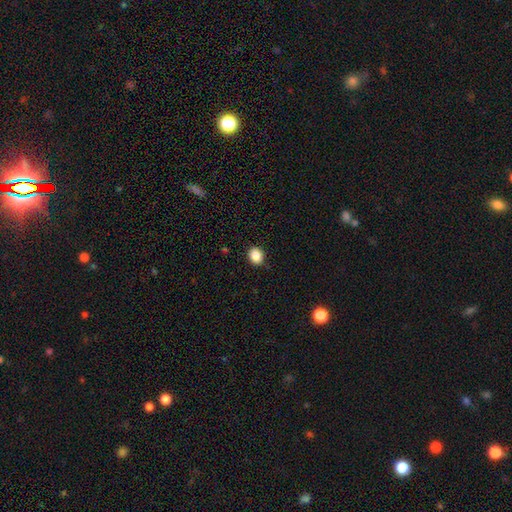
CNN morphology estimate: This is clearly a smooth galaxy (87%). How rounded: likely round (67%). Merging: clearly none (89%).